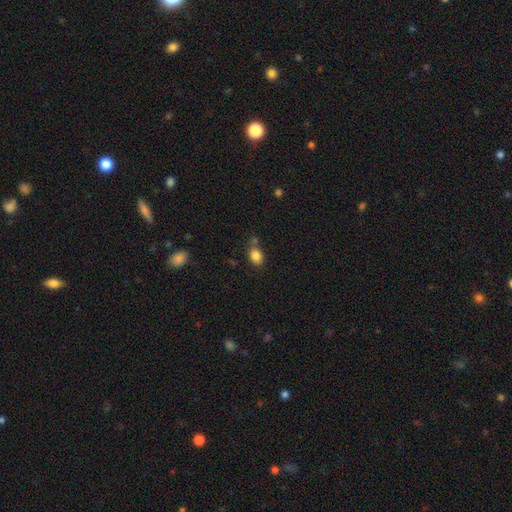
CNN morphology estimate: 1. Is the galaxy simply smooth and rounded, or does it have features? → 84% smooth, 10% star or artifact, 6% featured or disk.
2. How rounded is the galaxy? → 65% in between, 34% round, 1% cigar-shaped.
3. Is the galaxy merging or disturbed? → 64% none, 17% minor disturbance, 15% merger, 5% major disturbance.